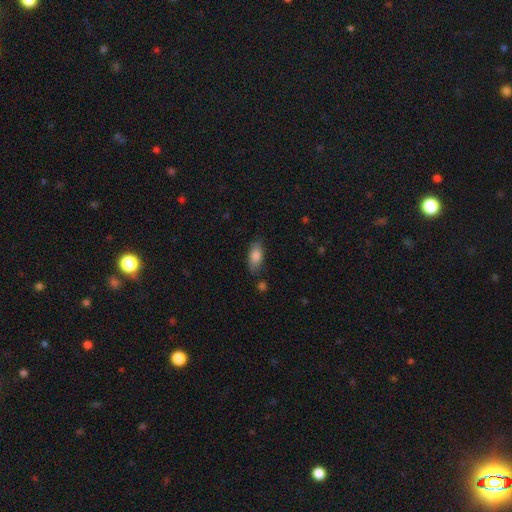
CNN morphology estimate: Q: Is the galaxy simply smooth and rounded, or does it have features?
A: smooth — 83%.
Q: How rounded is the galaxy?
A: in between — 85%.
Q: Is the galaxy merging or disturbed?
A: none — 75%.